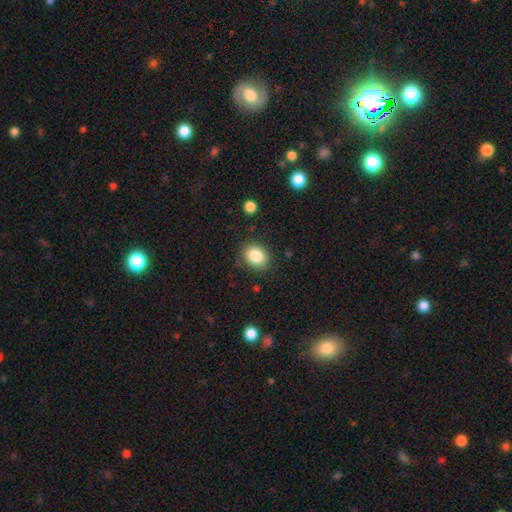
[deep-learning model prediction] A smooth galaxy with no disk features (85%) that is in between round and cigar-shaped (56%).

Vote fractions:
- Smooth or featured? smooth: 85% / star or artifact: 9% / featured or disk: 6%
- How rounded? in between: 56% / round: 43% / cigar-shaped: 1%
- Merging? none: 83% / minor disturbance: 12% / major disturbance: 3% / merger: 2%